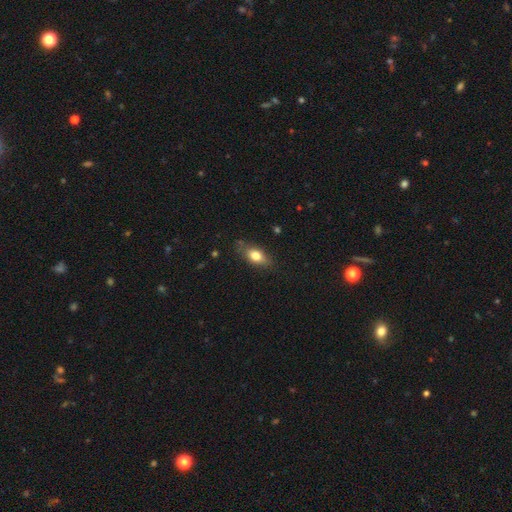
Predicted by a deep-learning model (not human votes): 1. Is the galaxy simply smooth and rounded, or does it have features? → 75% smooth, 17% featured or disk, 8% star or artifact.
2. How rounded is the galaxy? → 81% in between, 10% cigar-shaped, 9% round.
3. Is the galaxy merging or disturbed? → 75% none, 19% minor disturbance, 4% major disturbance, 2% merger.